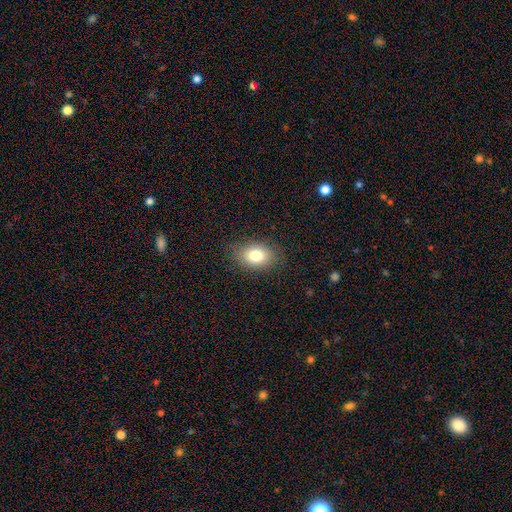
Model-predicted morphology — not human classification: Smooth or featured: smooth — 79% (featured or disk — 11%)
How rounded: in between — 79% (round — 20%)
Merging: none — 83% (minor disturbance — 12%)